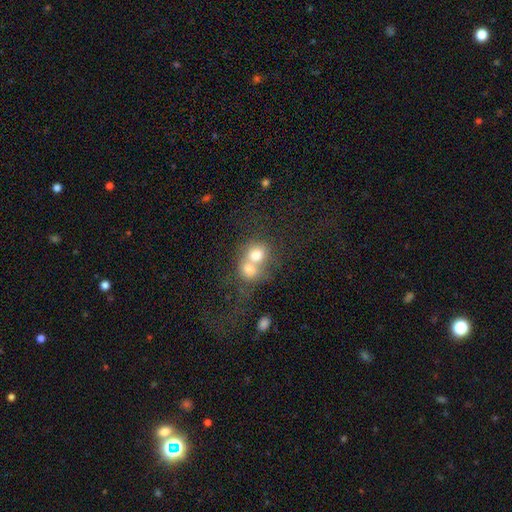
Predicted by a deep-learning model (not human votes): Smooth or featured? smooth (68%)
How rounded? round (72%)
Merging? merger (71%)